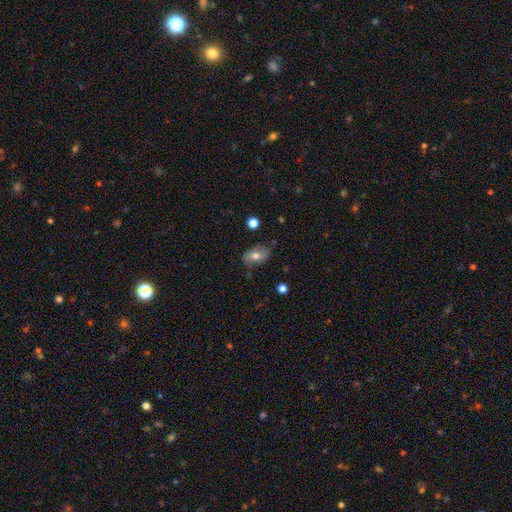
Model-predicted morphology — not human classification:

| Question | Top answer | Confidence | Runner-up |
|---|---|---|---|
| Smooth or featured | smooth | 62% | featured or disk (29%) |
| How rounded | in between | 87% | round (11%) |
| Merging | none | 72% | minor disturbance (21%) |